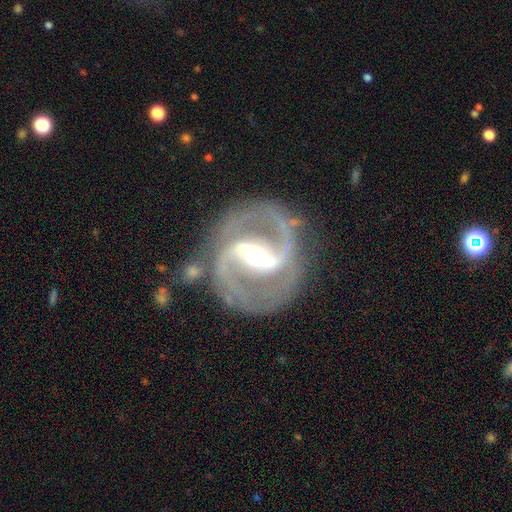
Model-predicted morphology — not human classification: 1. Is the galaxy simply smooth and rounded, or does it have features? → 91% featured or disk, 5% star or artifact, 4% smooth.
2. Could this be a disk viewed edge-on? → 97% no, 3% yes.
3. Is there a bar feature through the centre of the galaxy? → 67% strong, 26% weak, 7% no.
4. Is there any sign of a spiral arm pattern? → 97% yes, 3% no.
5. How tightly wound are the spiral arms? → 59% medium, 29% tight, 12% loose.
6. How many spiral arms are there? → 92% 2, 3% 3, 2% can't tell, 1% 1, 1% 4, 1% more than 4.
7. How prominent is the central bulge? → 63% moderate, 20% small, 14% large, 2% dominant, 1% none.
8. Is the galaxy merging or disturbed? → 79% none, 12% minor disturbance, 5% major disturbance, 3% merger.